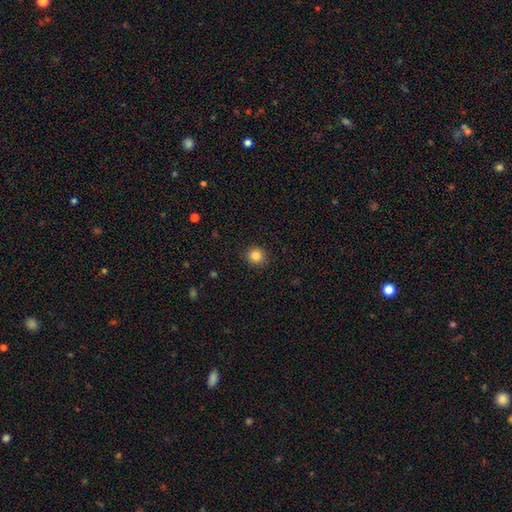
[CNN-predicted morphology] A smooth galaxy with no disk features (85%) that is round (89%).

Vote fractions:
- Smooth or featured? smooth: 85% / star or artifact: 11% / featured or disk: 4%
- How rounded? round: 89% / in between: 10% / cigar-shaped: 1%
- Merging? none: 91% / minor disturbance: 6% / major disturbance: 2% / merger: 1%